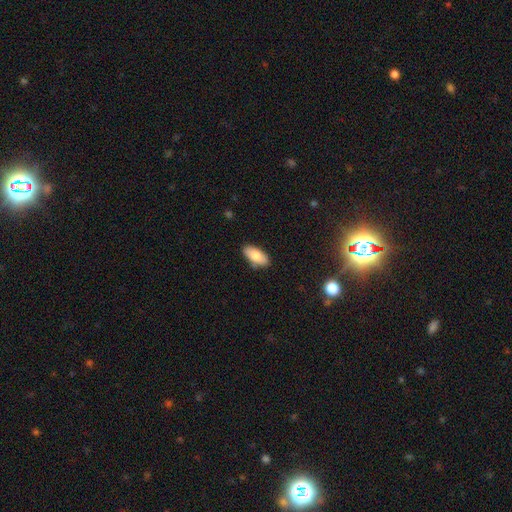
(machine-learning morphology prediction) Smooth or featured? Predicted: smooth (p=0.81). How rounded? Predicted: in between (p=0.89). Merging? Predicted: none (p=0.83).